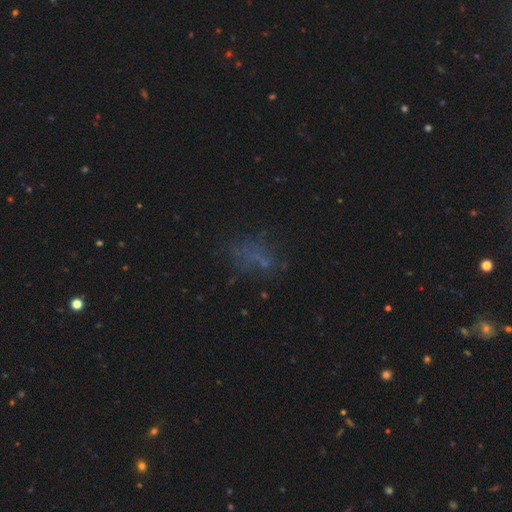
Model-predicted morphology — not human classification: The model was most divided on "smooth or featured": smooth: 41%, star or artifact: 35%, featured or disk: 24%. More confident: merging — none (58%).